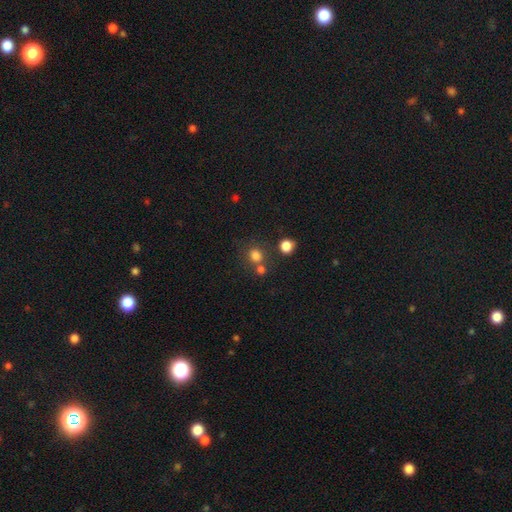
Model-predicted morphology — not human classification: Q: Smooth or featured?
A: smooth (77%); runner-up: star or artifact (16%)
Q: How rounded?
A: round (76%); runner-up: in between (23%)
Q: Merging?
A: none (62%); runner-up: merger (24%)